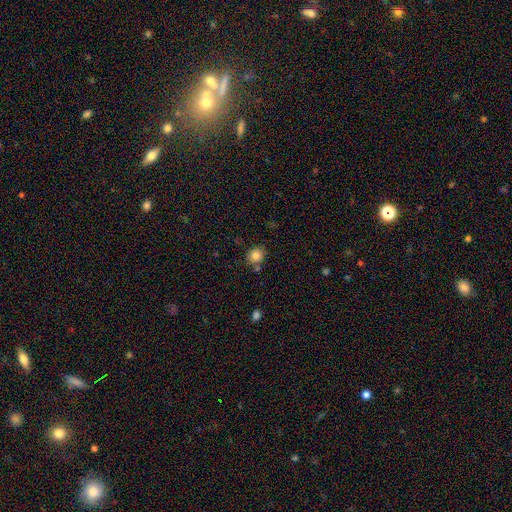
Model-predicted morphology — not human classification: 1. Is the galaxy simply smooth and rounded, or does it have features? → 84% smooth, 10% star or artifact, 5% featured or disk.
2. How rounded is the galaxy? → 83% round, 16% in between, 1% cigar-shaped.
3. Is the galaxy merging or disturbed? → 74% none, 12% minor disturbance, 10% merger, 3% major disturbance.